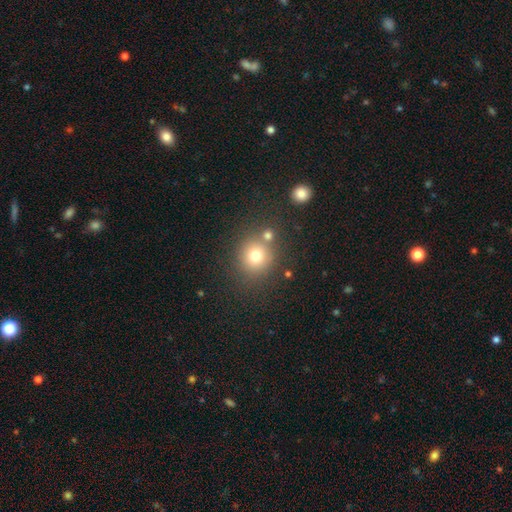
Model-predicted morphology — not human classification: A smooth galaxy with no disk features (75%) that is round (88%).

Vote fractions:
- Smooth or featured? smooth: 75% / star or artifact: 15% / featured or disk: 10%
- How rounded? round: 88% / in between: 11% / cigar-shaped: 1%
- Merging? none: 72% / merger: 15% / minor disturbance: 9% / major disturbance: 4%